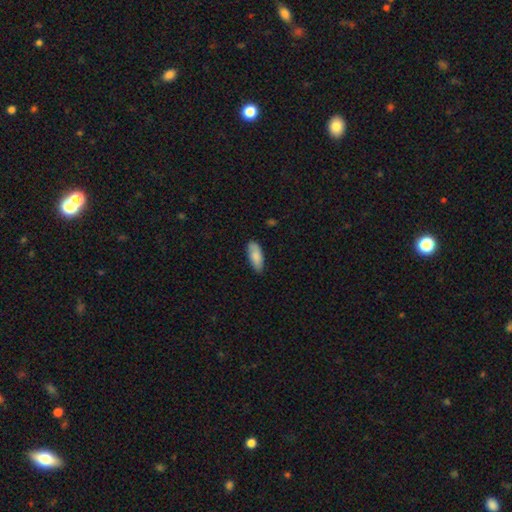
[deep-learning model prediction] Q: Smooth or featured?
A: smooth (84%); runner-up: featured or disk (10%)
Q: How rounded?
A: in between (82%); runner-up: cigar-shaped (16%)
Q: Merging?
A: none (80%); runner-up: minor disturbance (16%)